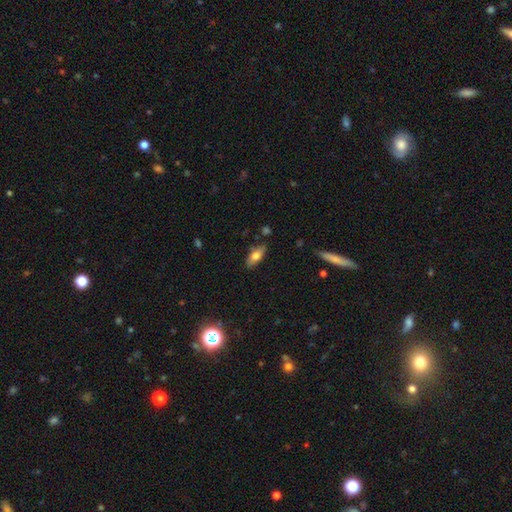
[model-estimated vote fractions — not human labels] A smooth galaxy with no disk features (70%) that is in between round and cigar-shaped (79%). Merging: none (81%).